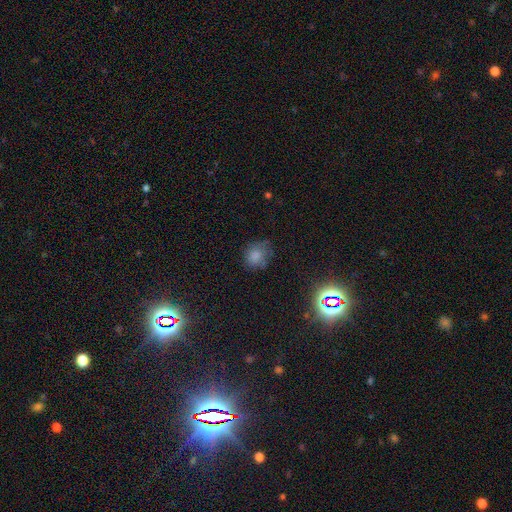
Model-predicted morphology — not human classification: This appears to be a smooth galaxy with no disk features (76%) that is round (65%). Merging: none (60%).